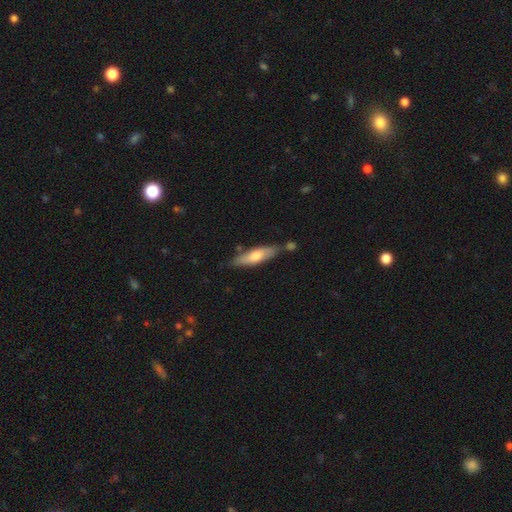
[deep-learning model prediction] Smooth or featured?
  - smooth: 57% *
  - featured or disk: 38%
  - star or artifact: 6%
How rounded?
  - cigar-shaped: 71% *
  - in between: 28%
  - round: 2%
Merging?
  - none: 70% *
  - minor disturbance: 17%
  - merger: 10%
  - major disturbance: 3%